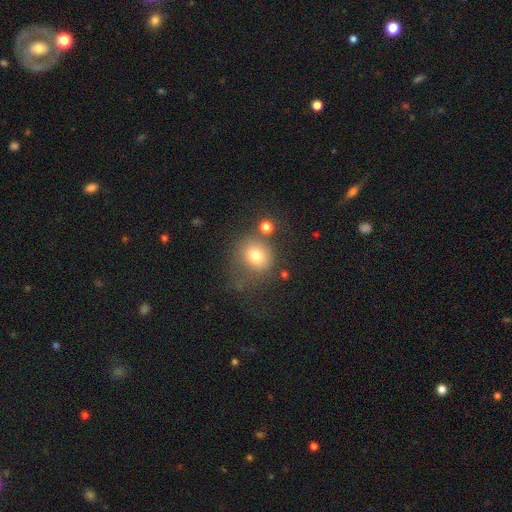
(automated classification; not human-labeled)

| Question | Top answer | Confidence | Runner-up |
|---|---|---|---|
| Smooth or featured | smooth | 76% | star or artifact (12%) |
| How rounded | round | 79% | in between (20%) |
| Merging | none | 53% | minor disturbance (19%) |